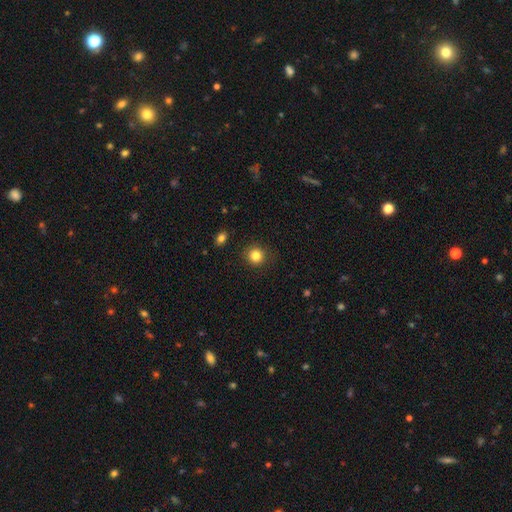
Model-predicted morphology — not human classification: type=smooth (83%); roundness=round (92%); merging=none (90%).